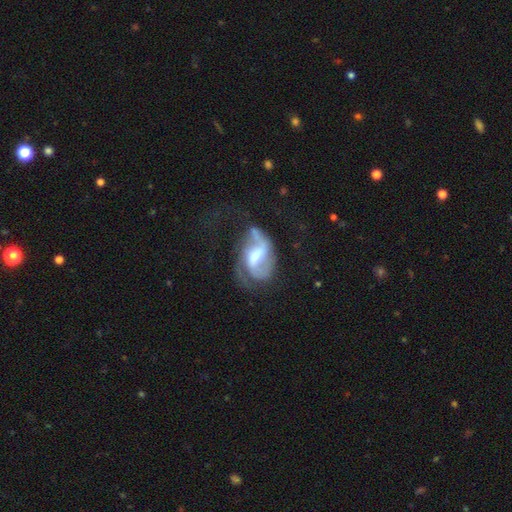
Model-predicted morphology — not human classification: A featured or disk galaxy (81%) with a weak bar (50%), 2 (67%) medium (46%) spiral arms (92%) and a moderate central bulge (55%). Merging: none (42%).